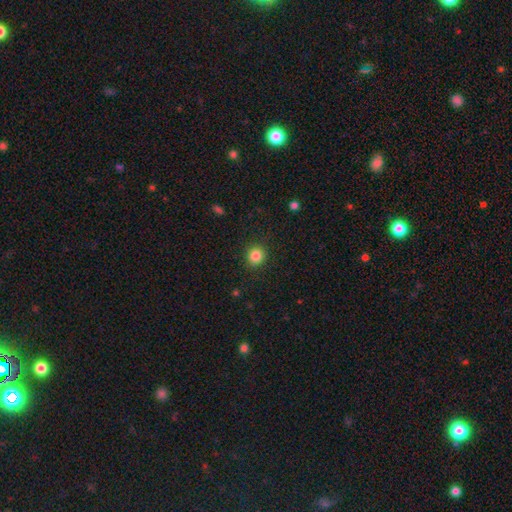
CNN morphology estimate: Overall: smooth (84%). How rounded: round (90%). Merging: none (90%).